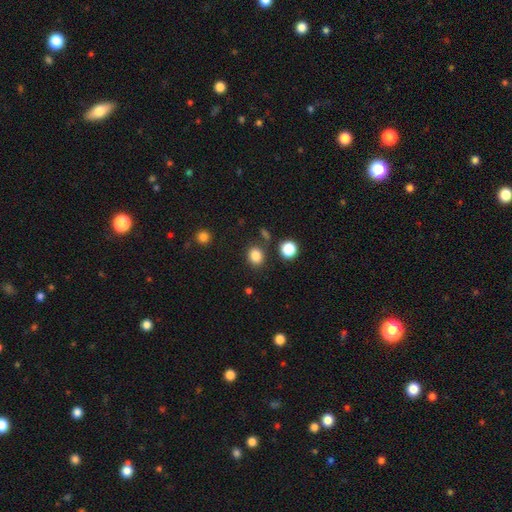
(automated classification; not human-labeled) Smooth or featured: smooth — 84% (star or artifact — 12%)
How rounded: round — 70% (in between — 29%)
Merging: none — 81% (minor disturbance — 10%)